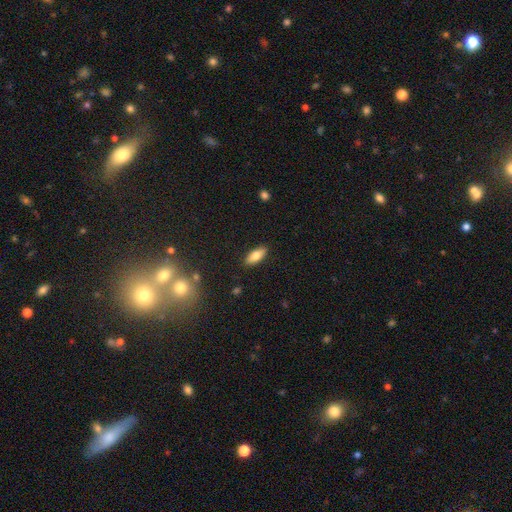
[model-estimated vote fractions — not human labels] Morphology: type=smooth (74%); roundness=in between (77%); merging=none (89%).